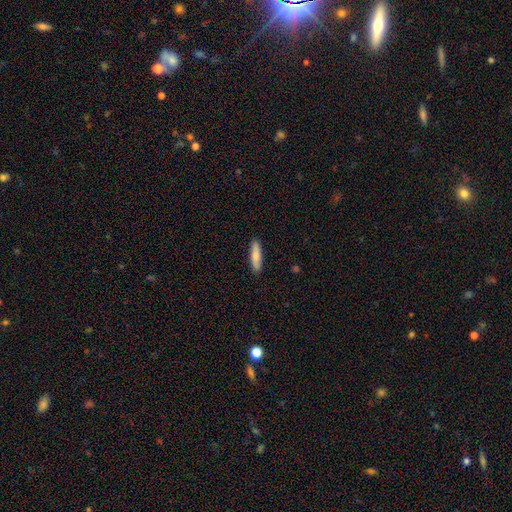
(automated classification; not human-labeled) smooth_or_featured: smooth (p=0.79) [alt: featured or disk p=0.16]
how_rounded: cigar-shaped (p=0.71) [alt: in between p=0.27]
merging: none (p=0.89) [alt: minor disturbance p=0.09]